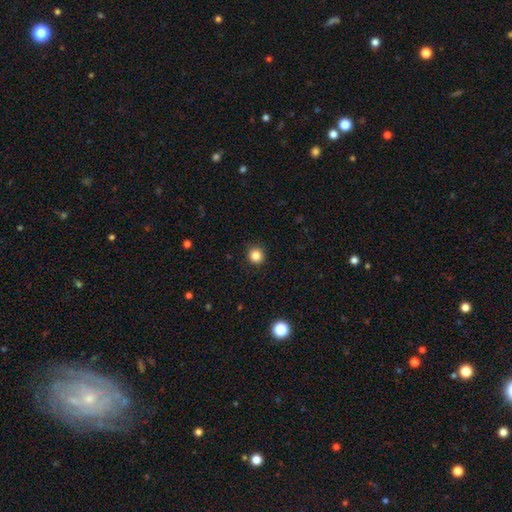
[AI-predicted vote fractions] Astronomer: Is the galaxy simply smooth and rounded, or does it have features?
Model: smooth — 84%.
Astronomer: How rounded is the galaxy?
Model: round — 94%.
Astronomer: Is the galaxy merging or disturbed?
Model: none — 92%.